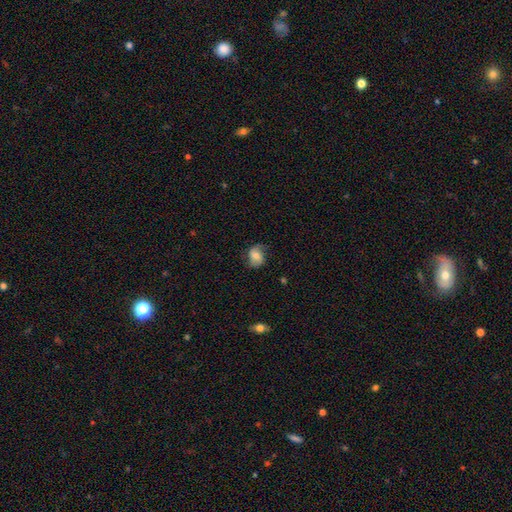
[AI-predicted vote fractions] Smooth or featured? smooth (58%)
How rounded? in between (60%)
Merging? none (62%)